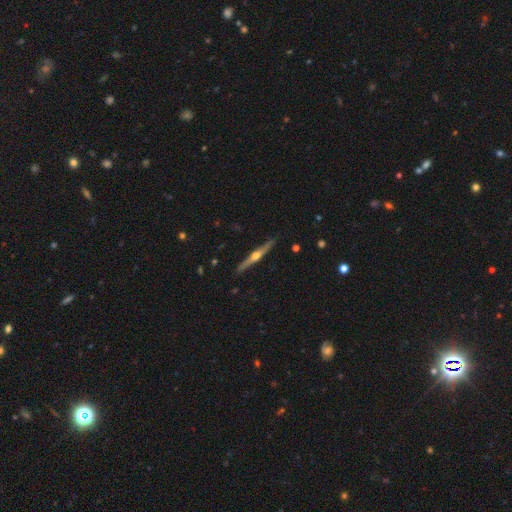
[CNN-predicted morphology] Smooth or featured: featured or disk — 75% (smooth — 20%)
Edge-on disk: yes — 98% (no — 2%)
Edge-on bulge: rounded — 92% (none — 5%)
Merging: none — 90% (minor disturbance — 7%)